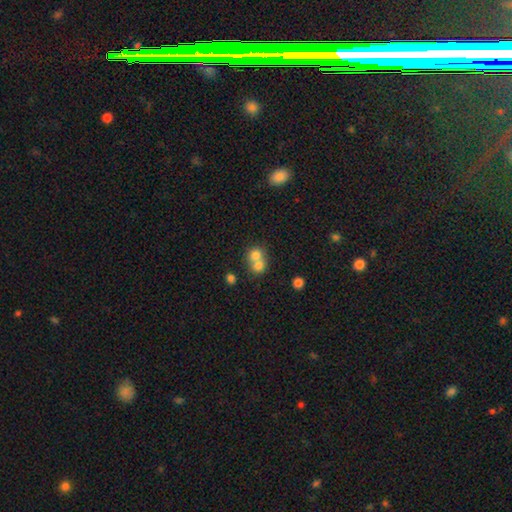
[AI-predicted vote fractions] A smooth galaxy with no disk features (74%) that is round (79%). Merging: merger (64%).